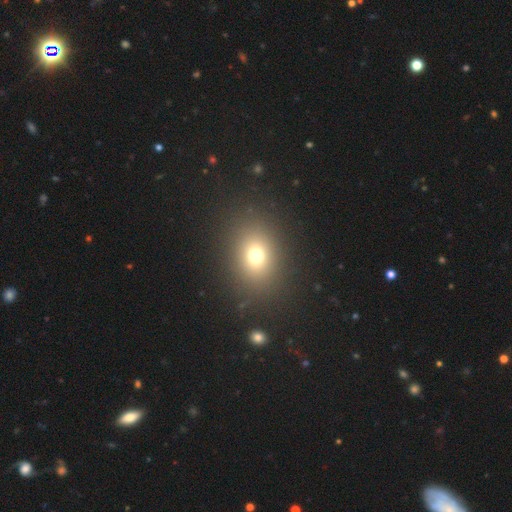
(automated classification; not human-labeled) Overall: smooth (72%). How rounded: round (51%; in between 48%). Merging: none (86%).